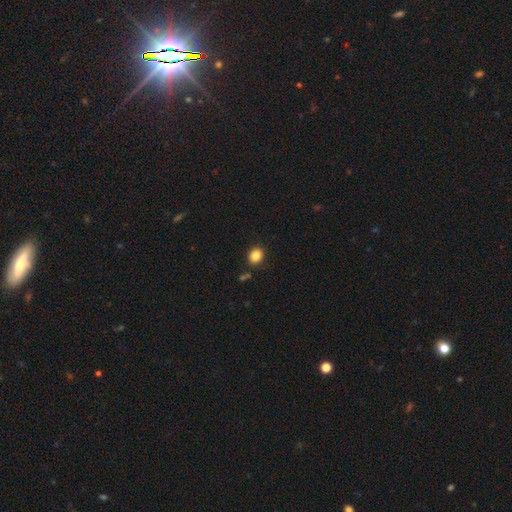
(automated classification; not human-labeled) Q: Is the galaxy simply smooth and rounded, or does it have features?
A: smooth — 85%.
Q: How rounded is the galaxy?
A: round — 58%.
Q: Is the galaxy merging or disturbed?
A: none — 87%.